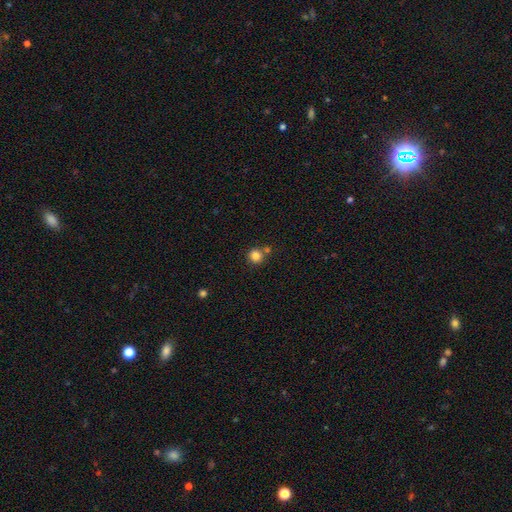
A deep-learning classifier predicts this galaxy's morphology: Q: Smooth or featured?
A: smooth (83%); runner-up: star or artifact (12%)
Q: How rounded?
A: round (92%); runner-up: in between (7%)
Q: Merging?
A: none (69%); runner-up: merger (20%)